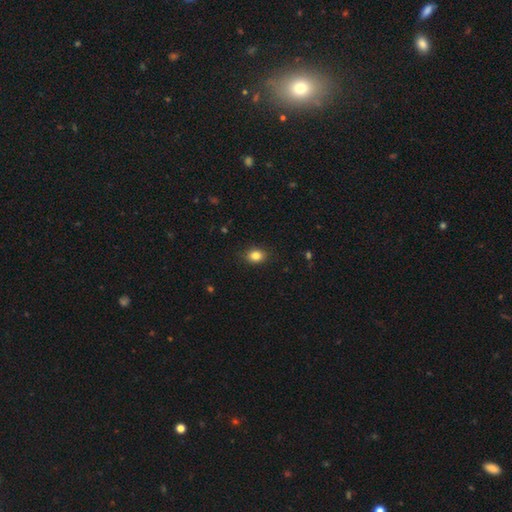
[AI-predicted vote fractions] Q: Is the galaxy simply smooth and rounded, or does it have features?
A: smooth — 84%.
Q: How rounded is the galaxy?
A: in between — 59%.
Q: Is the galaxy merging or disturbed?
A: none — 87%.